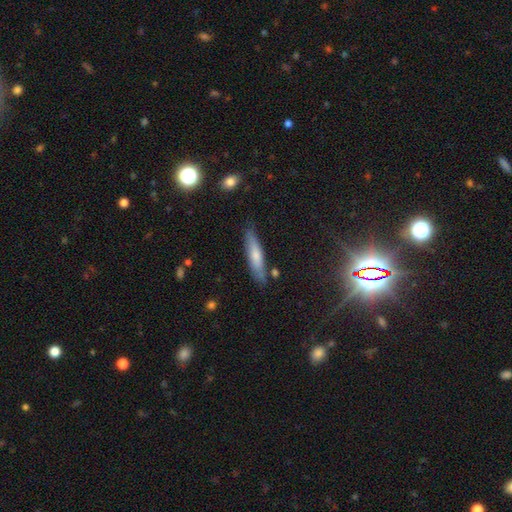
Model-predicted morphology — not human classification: The model was most divided on "smooth or featured": smooth: 65%, featured or disk: 28%, star or artifact: 7%. More confident: merging — none (79%); how rounded — cigar-shaped (79%).